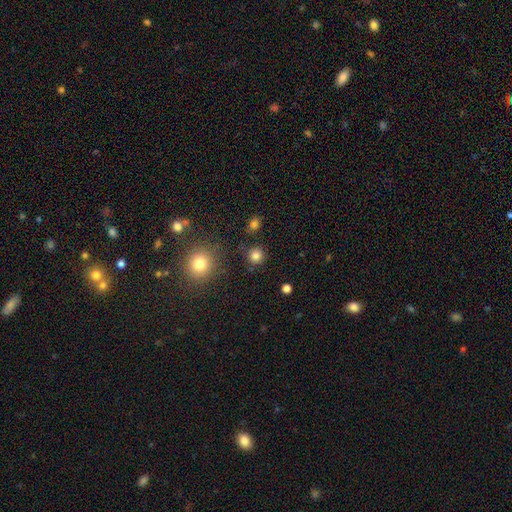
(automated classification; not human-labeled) This is clearly a smooth galaxy (82%). How rounded: clearly round (92%). Merging: clearly none (87%).